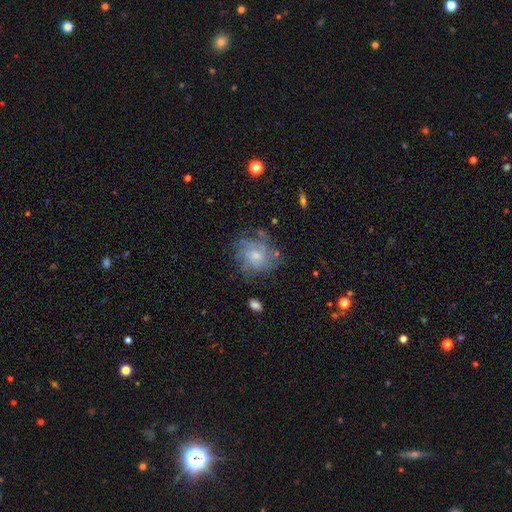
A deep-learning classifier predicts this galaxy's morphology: A featured or disk galaxy (68%) with no bar (79%), tight (50%) spiral arms (86%) and a small central bulge (49%).

Vote fractions:
- Smooth or featured? featured or disk: 68% / smooth: 23% / star or artifact: 10%
- Edge-on disk? no: 98% / yes: 2%
- Bar? no: 79% / weak: 18% / strong: 2%
- Spiral arms? yes: 86% / no: 14%
- Spiral winding? tight: 50% / medium: 35% / loose: 15%
- Spiral arm count? can't tell: 41% / 4: 21% / 3: 12% / more than 4: 12% / 2: 8% / 1: 6%
- Bulge size? small: 49% / moderate: 41% / none: 5% / large: 4% / dominant: 1%
- Merging? none: 67% / minor disturbance: 19% / major disturbance: 12% / merger: 2%